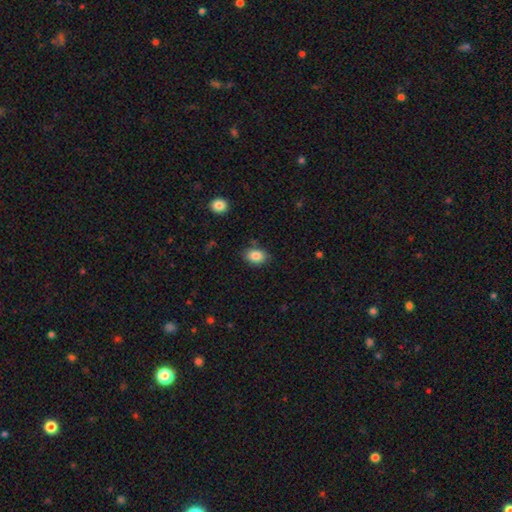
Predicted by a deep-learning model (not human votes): smooth-or-featured: smooth: 86% | star or artifact: 9% | featured or disk: 5%
  how-rounded: in between: 76% | round: 23% | cigar-shaped: 1%
  merging: none: 81% | minor disturbance: 13% | major disturbance: 3% | merger: 3%